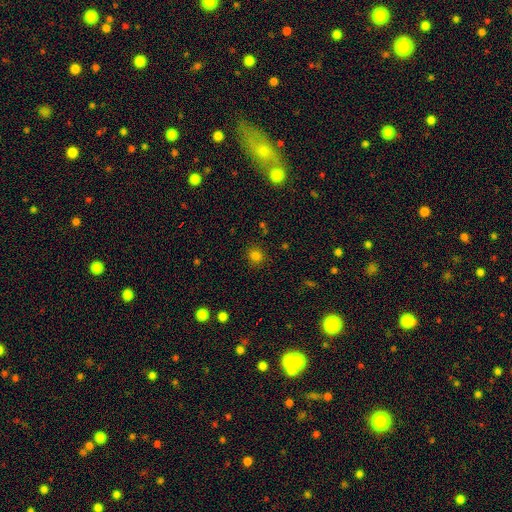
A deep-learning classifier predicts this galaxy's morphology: Smooth or featured? Predicted: smooth (p=0.79). How rounded? Predicted: round (p=0.81). Merging? Predicted: none (p=0.87).